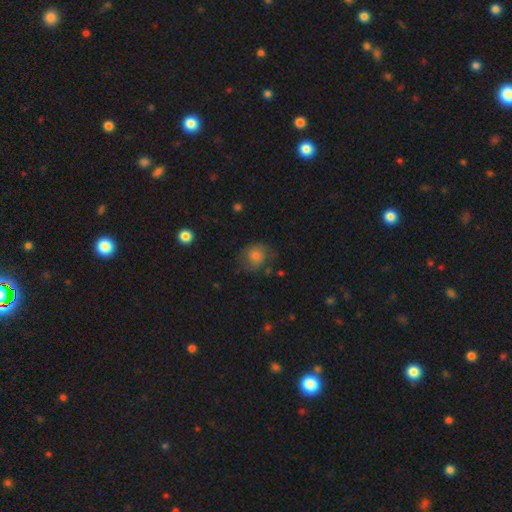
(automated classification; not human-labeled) smooth 71%, featured or disk 19%, star or artifact 11%. Down the decision tree: how rounded — round (71%); merging — none (57%).